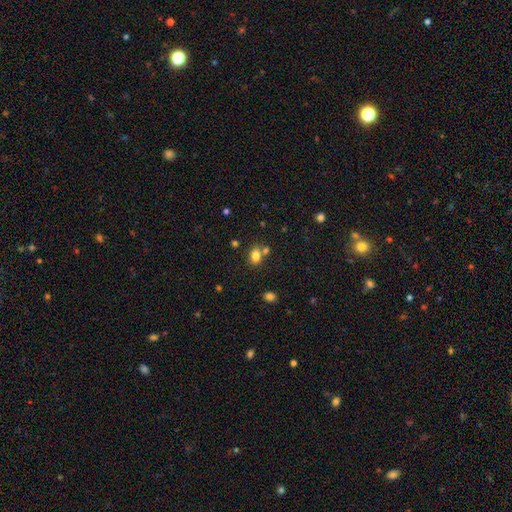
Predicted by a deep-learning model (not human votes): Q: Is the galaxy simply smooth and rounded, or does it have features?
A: smooth — 81%.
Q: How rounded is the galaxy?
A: in between — 74%.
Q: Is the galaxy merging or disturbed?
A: none — 63%.